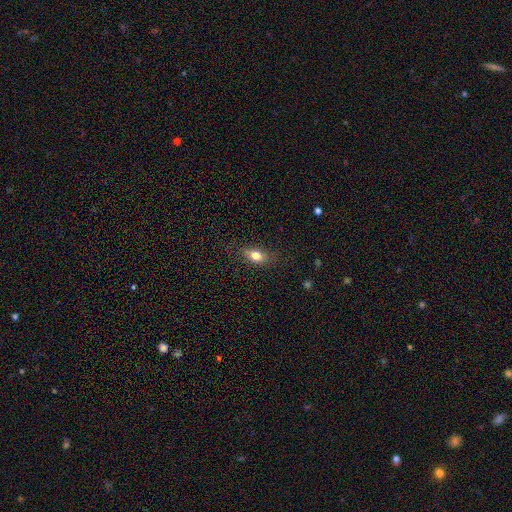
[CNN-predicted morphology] Smooth or featured: smooth — 76% (featured or disk — 15%)
How rounded: in between — 78% (round — 11%)
Merging: none — 78% (minor disturbance — 16%)